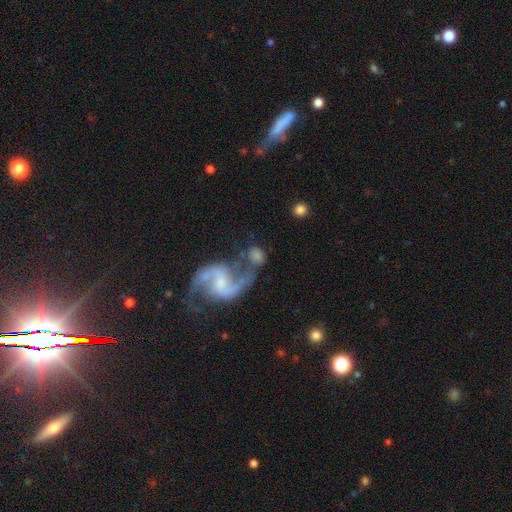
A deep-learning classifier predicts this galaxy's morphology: Smooth or featured? featured or disk (76%)
Edge-on disk? no (96%)
Bar? weak (47%)
Spiral arms? yes (93%)
Spiral winding? loose (63%)
Spiral arm count? 2 (92%)
Bulge size? small (41%)
Merging? none (51%)